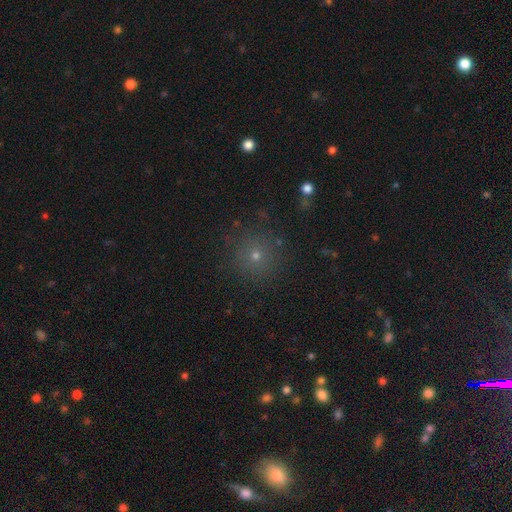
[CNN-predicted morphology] Smooth or featured: smooth — 67% (star or artifact — 24%)
How rounded: round — 95% (in between — 4%)
Merging: none — 88% (minor disturbance — 7%)